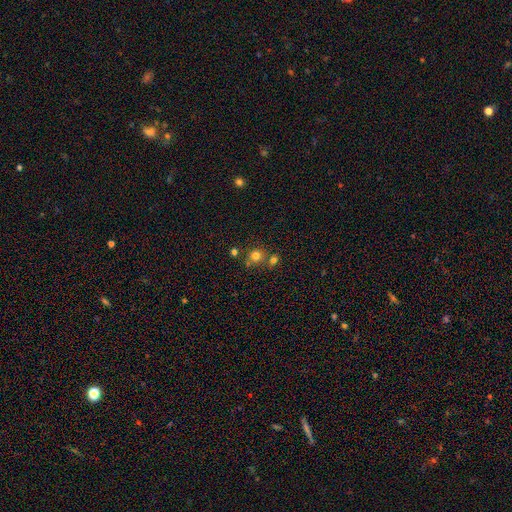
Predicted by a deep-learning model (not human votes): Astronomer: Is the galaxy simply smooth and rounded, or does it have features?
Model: smooth — 75%.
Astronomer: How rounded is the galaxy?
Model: round — 87%.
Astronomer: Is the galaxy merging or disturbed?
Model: none — 67%.